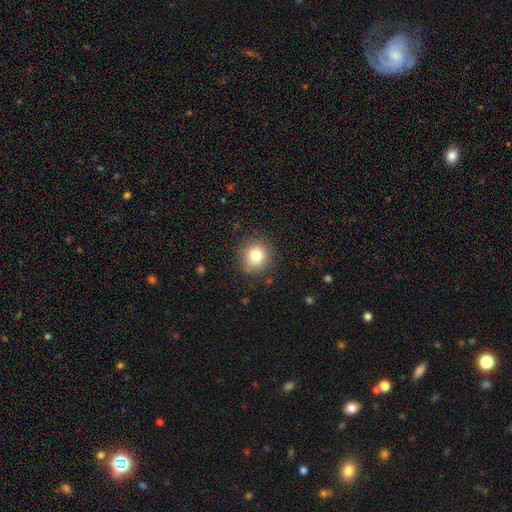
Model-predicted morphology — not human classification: type=smooth (80%); roundness=round (90%); merging=none (85%).